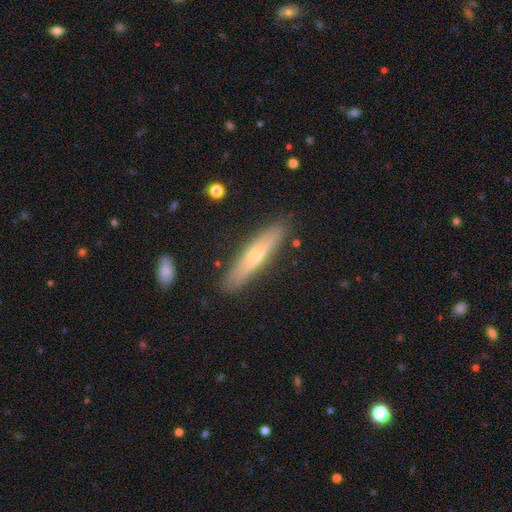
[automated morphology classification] A featured or disk galaxy (64%) viewed edge-on (92%) with a rounded central bulge (65%). Merging: none (87%).